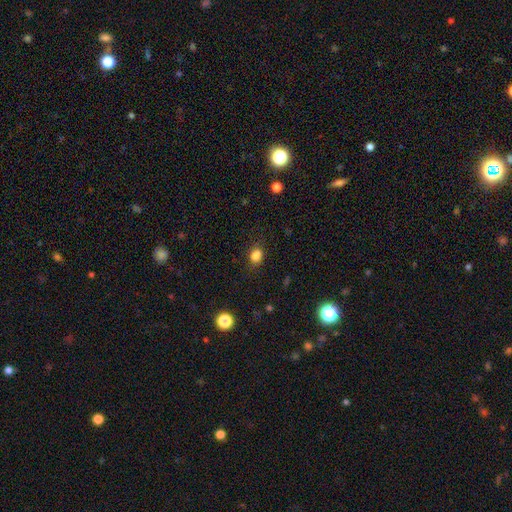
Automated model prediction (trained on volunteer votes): This is clearly a smooth galaxy (80%). How rounded: possibly in between (50%). Merging: likely none (67%).